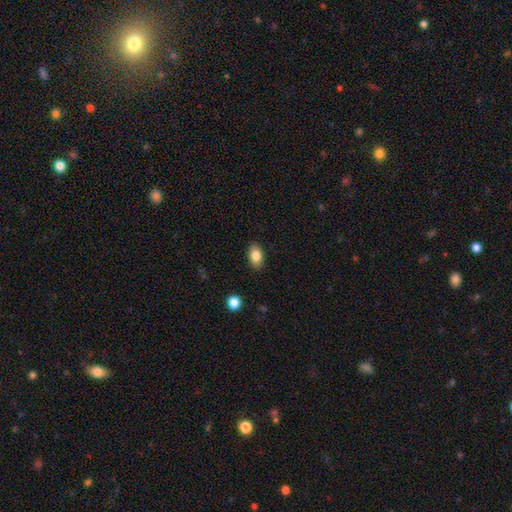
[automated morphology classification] smooth 83%, featured or disk 9%, star or artifact 8%. Down the decision tree: how rounded — in between (90%); merging — none (88%).